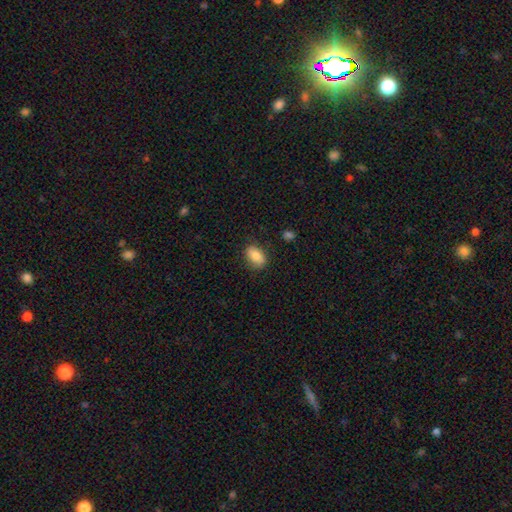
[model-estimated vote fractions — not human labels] Morphology: type=smooth (84%); roundness=in between (87%); merging=none (80%).